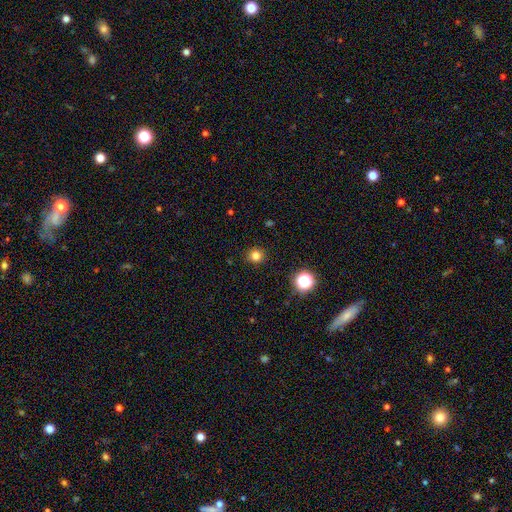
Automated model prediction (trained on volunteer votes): smooth_or_featured: smooth (p=0.80) [alt: star or artifact p=0.15]
how_rounded: round (p=0.92) [alt: in between p=0.07]
merging: none (p=0.91) [alt: minor disturbance p=0.06]